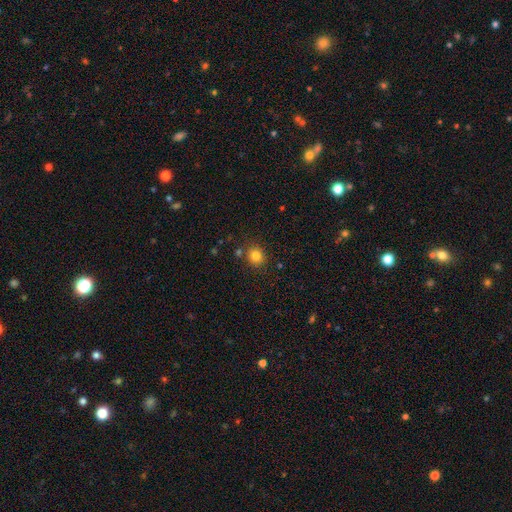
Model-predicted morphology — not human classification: Smooth or featured? Predicted: smooth (p=0.81). How rounded? Predicted: round (p=0.85). Merging? Predicted: none (p=0.82).